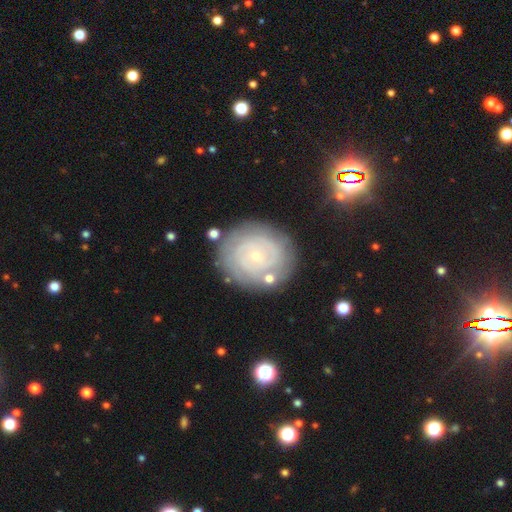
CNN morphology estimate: The model was most divided on "spiral arm count": can't tell: 41%, 2: 25%, 3: 13%, 4: 9%, more than 4: 6%, 1: 5%. More confident: edge-on disk — no (97%); spiral arms — yes (89%); bulge size — small (86%); spiral winding — tight (81%); bar — no (81%); merging — none (81%); smooth or featured — featured or disk (75%).